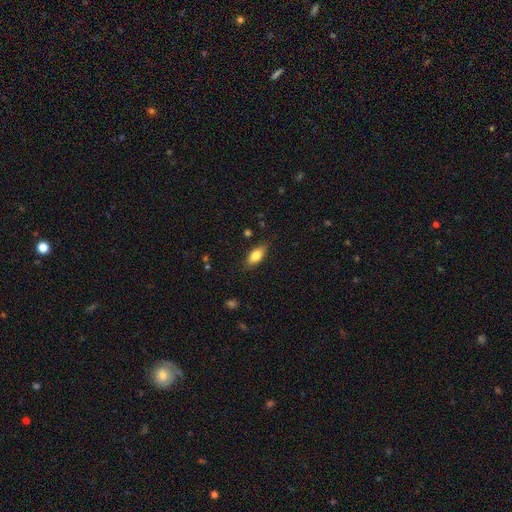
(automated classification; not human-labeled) Smooth or featured? Predicted: smooth (p=0.79). How rounded? Predicted: in between (p=0.85). Merging? Predicted: none (p=0.83).